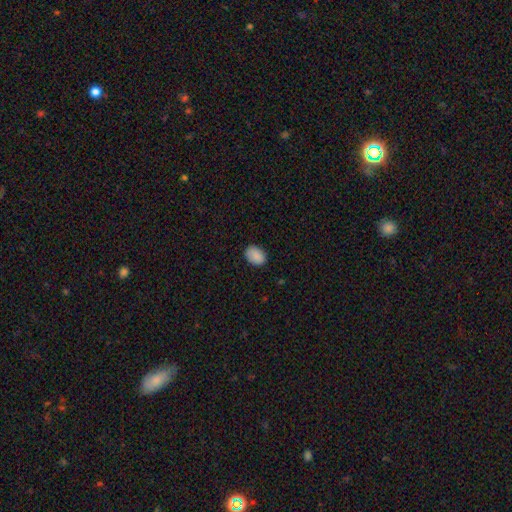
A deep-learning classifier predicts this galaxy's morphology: smooth 89%, star or artifact 7%, featured or disk 4%. Down the decision tree: how rounded — in between (78%); merging — none (85%).